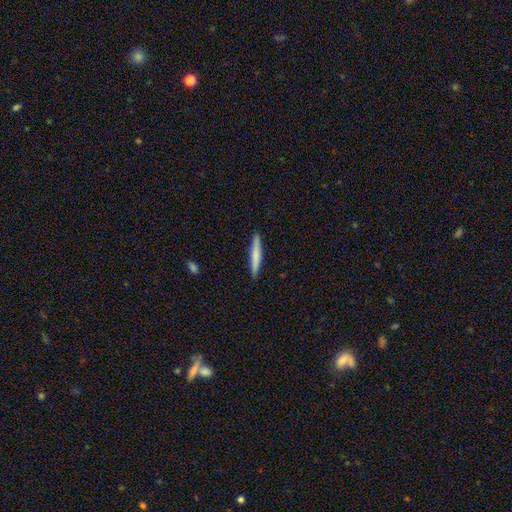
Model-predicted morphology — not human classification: Q: Smooth or featured?
A: smooth (69%); runner-up: featured or disk (25%)
Q: How rounded?
A: cigar-shaped (94%); runner-up: in between (5%)
Q: Merging?
A: none (90%); runner-up: minor disturbance (7%)